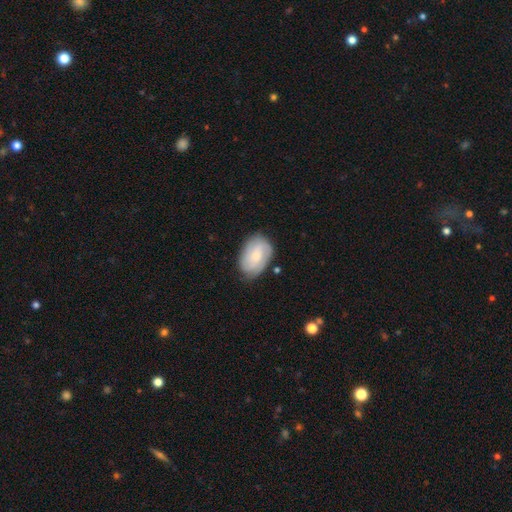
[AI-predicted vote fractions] smooth-or-featured: featured or disk: 52% | smooth: 41% | star or artifact: 7%
  disk-edge-on: no: 96% | yes: 4%
    bar: no: 64% | weak: 30% | strong: 5%
    has-spiral-arms: yes: 87% | no: 13%
    bulge-size: small: 63% | moderate: 28% | none: 5% | large: 2% | dominant: 1%
  merging: none: 73% | minor disturbance: 20% | major disturbance: 5% | merger: 2%